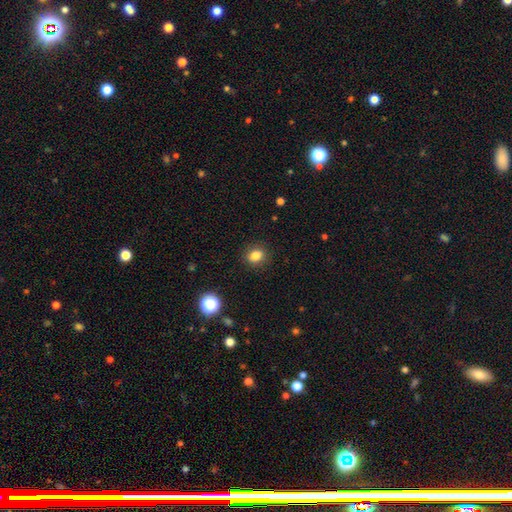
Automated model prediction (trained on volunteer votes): Morphology: type=smooth (82%); roundness=round (66%); merging=none (90%).